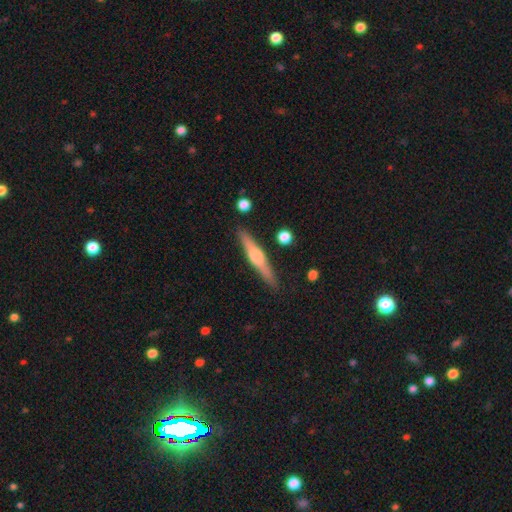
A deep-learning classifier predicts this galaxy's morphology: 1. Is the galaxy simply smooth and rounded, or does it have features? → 69% featured or disk, 24% smooth, 7% star or artifact.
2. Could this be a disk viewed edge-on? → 97% yes, 3% no.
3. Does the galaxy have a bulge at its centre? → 84% rounded, 9% boxy, 7% none.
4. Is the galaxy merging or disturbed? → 89% none, 8% minor disturbance, 2% merger, 2% major disturbance.